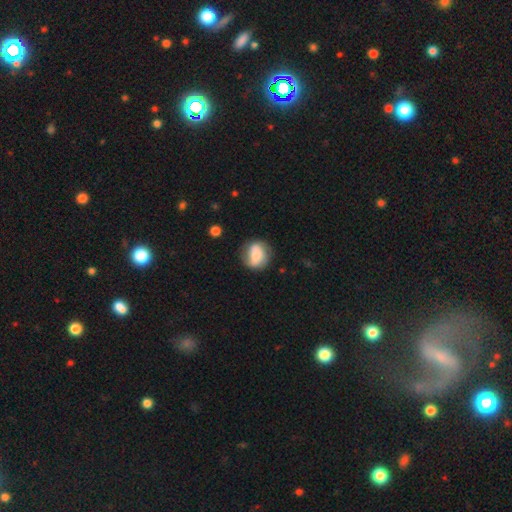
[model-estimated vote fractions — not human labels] A smooth galaxy with no disk features (55%) that is round (72%). Merging: none (70%).